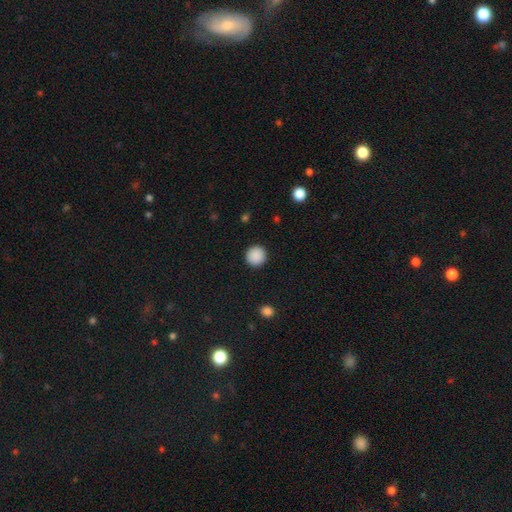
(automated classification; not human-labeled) Smooth or featured? Predicted: smooth (p=0.89). How rounded? Predicted: round (p=0.96). Merging? Predicted: none (p=0.93).